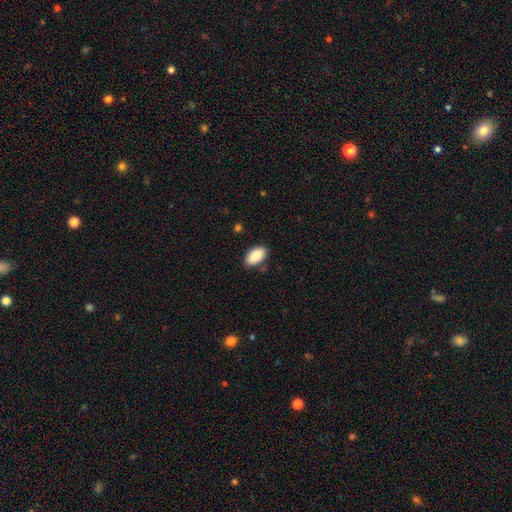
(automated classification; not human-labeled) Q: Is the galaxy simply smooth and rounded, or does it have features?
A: smooth — 89%.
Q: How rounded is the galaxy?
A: in between — 95%.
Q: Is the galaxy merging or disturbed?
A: none — 84%.